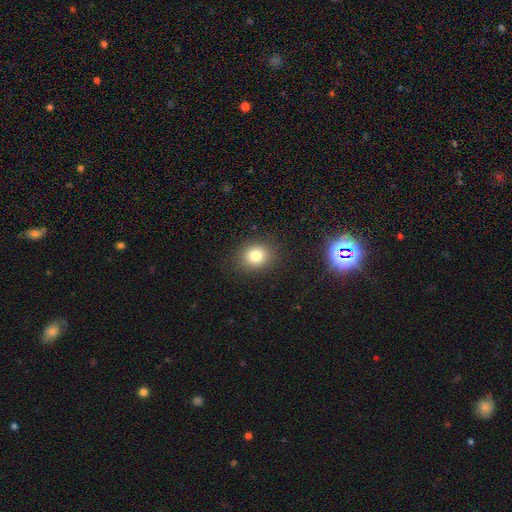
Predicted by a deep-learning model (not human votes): A smooth galaxy with no disk features (79%) that is round (69%).

Vote fractions:
- Smooth or featured? smooth: 79% / star or artifact: 13% / featured or disk: 8%
- How rounded? round: 69% / in between: 30% / cigar-shaped: 1%
- Merging? none: 88% / minor disturbance: 8% / major disturbance: 3% / merger: 1%